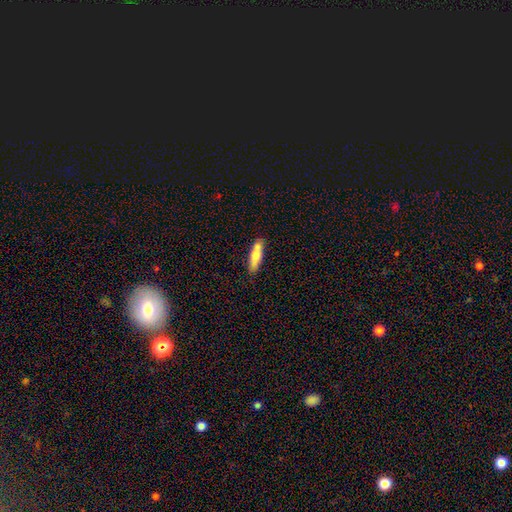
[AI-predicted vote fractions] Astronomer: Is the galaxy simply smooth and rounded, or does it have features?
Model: smooth — 68%.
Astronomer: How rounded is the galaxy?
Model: cigar-shaped — 66%.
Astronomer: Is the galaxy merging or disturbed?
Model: none — 74%.